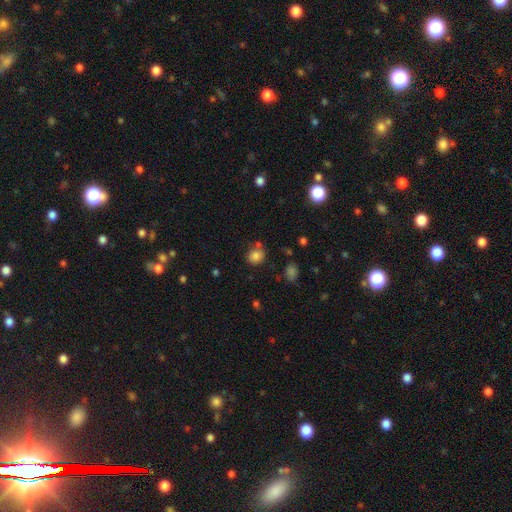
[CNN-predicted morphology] The model was most divided on "how rounded": round: 75%, in between: 24%, cigar-shaped: 1%. More confident: smooth or featured — smooth (82%); merging — none (72%).